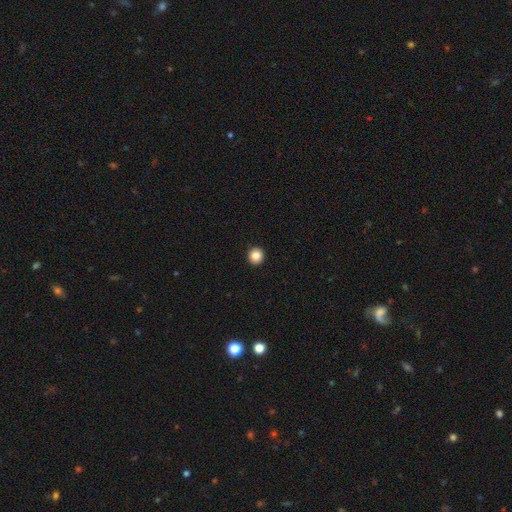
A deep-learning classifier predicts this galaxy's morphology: Smooth or featured?
  - smooth: 85% *
  - star or artifact: 10%
  - featured or disk: 5%
How rounded?
  - round: 95% *
  - in between: 5%
  - cigar-shaped: 1%
Merging?
  - none: 94% *
  - minor disturbance: 4%
  - major disturbance: 1%
  - merger: 1%